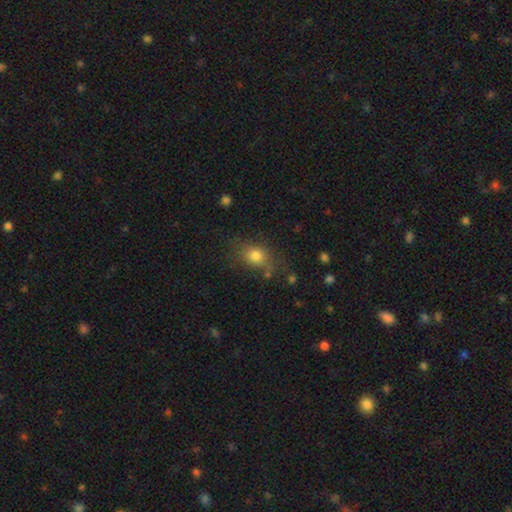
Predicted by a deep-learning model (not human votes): This is likely a smooth galaxy (78%). How rounded: possibly in between (58%). Merging: likely none (67%).